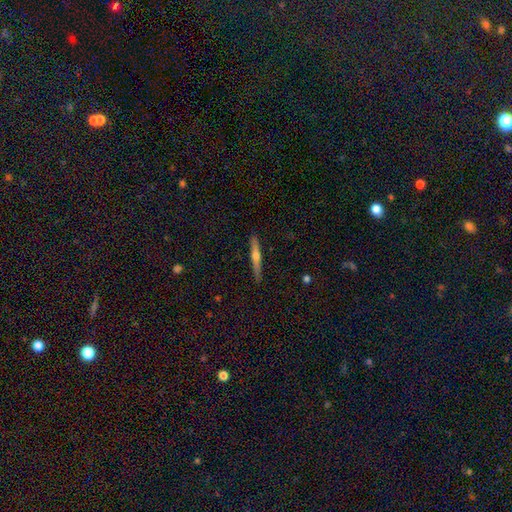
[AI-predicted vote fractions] Q: Smooth or featured?
A: featured or disk (56%); runner-up: smooth (38%)
Q: Edge-on disk?
A: yes (97%); runner-up: no (3%)
Q: Edge-on bulge?
A: rounded (84%); runner-up: none (12%)
Q: Merging?
A: none (88%); runner-up: minor disturbance (9%)